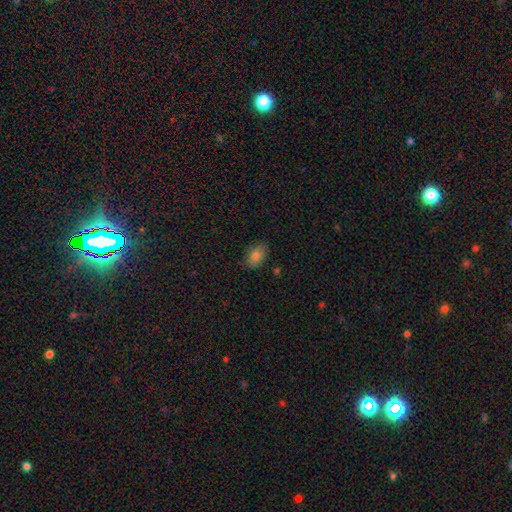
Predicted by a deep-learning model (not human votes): smooth 82%, star or artifact 10%, featured or disk 8%. Down the decision tree: how rounded — in between (86%); merging — none (80%).